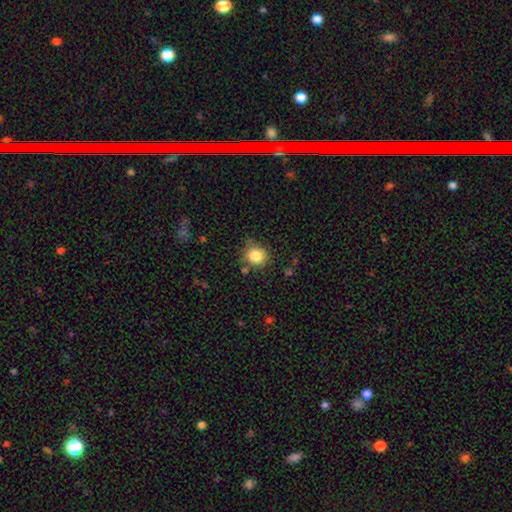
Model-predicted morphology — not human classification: A smooth galaxy with no disk features (84%) that is round (86%). Merging: none (78%).